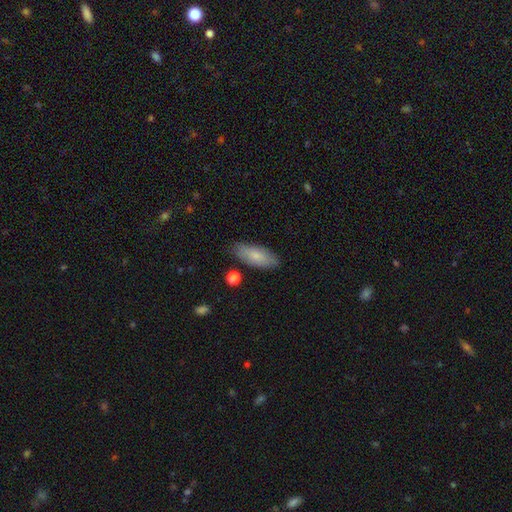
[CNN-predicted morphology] Smooth or featured: smooth — 80% (featured or disk — 14%)
How rounded: in between — 79% (cigar-shaped — 18%)
Merging: none — 82% (minor disturbance — 13%)